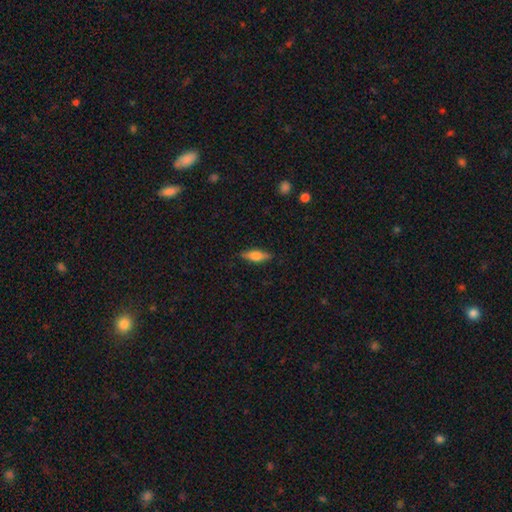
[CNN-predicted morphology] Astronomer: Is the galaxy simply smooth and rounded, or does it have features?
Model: smooth — 63%.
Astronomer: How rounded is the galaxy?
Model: in between — 52% (runner-up: cigar-shaped, 45%).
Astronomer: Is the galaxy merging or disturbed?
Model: none — 85%.